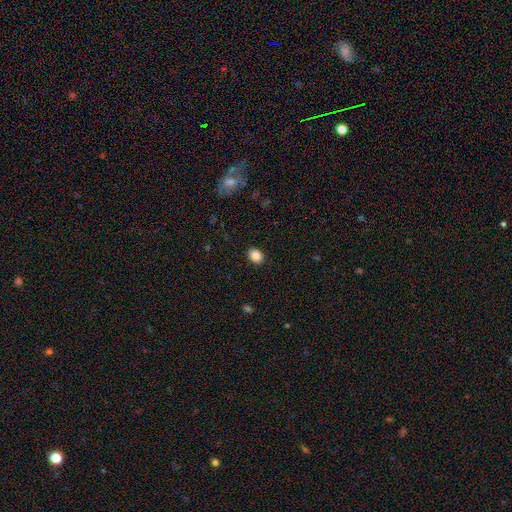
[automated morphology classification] smooth 87%, star or artifact 9%, featured or disk 4%. Down the decision tree: how rounded — in between (54%); merging — none (89%).